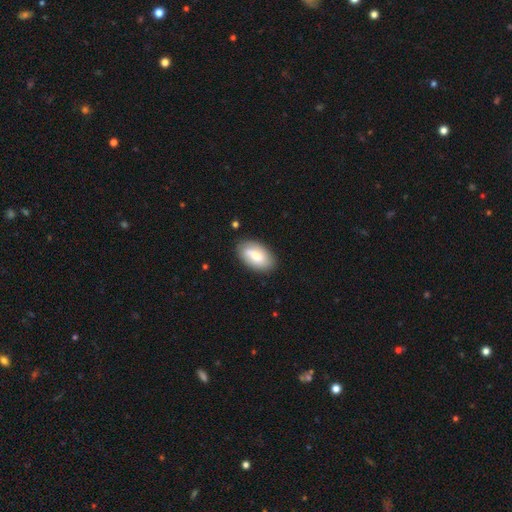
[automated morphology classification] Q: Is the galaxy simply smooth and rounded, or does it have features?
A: smooth — 65%.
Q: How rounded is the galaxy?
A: in between — 93%.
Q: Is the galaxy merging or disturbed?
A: none — 83%.